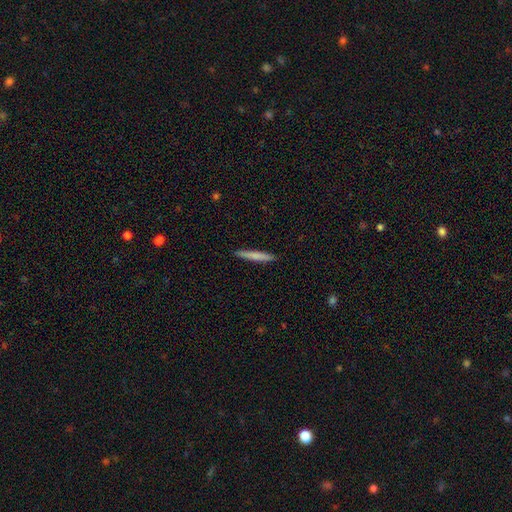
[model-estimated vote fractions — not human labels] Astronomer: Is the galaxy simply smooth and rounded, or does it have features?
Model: smooth — 73%.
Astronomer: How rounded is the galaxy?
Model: cigar-shaped — 95%.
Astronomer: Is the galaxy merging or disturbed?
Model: none — 92%.